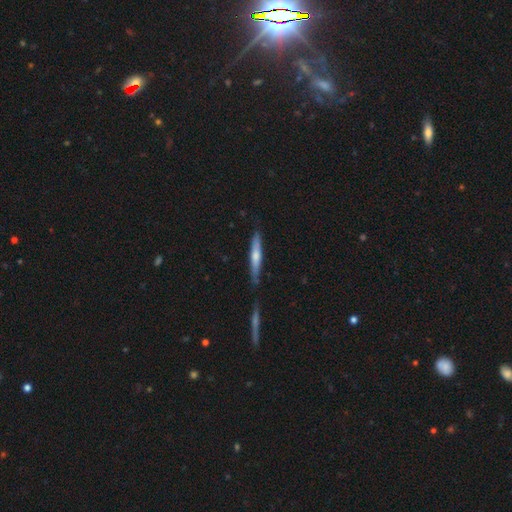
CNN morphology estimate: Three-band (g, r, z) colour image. It shows a smooth galaxy with no disk features (54%) that is cigar-shaped (93%). Merging: none (79%).